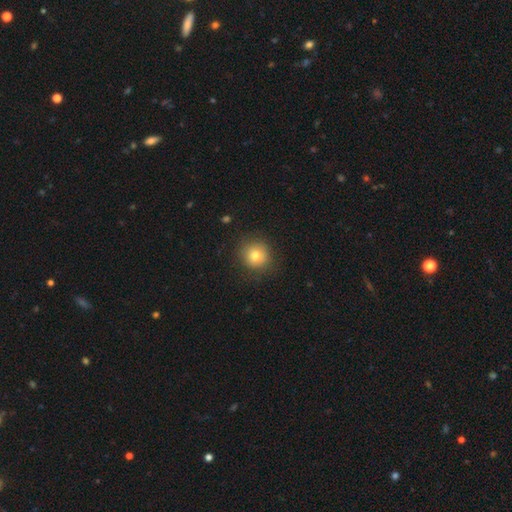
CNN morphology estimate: The model was most divided on "smooth or featured": smooth: 77%, star or artifact: 12%, featured or disk: 11%. More confident: how rounded — round (91%); merging — none (86%).